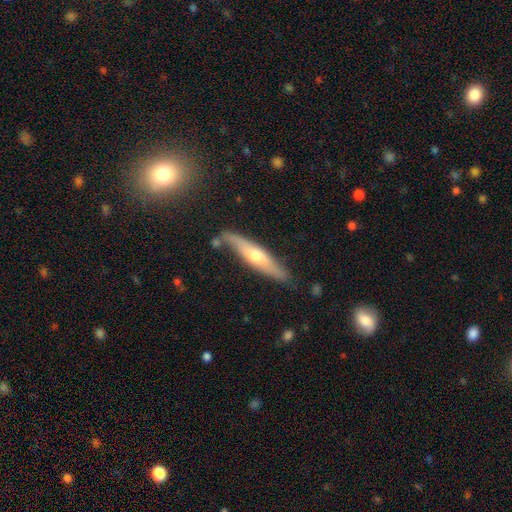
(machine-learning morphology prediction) The model was most divided on "smooth or featured": featured or disk: 59%, smooth: 35%, star or artifact: 6%. More confident: edge-on disk — yes (81%); merging — none (74%).